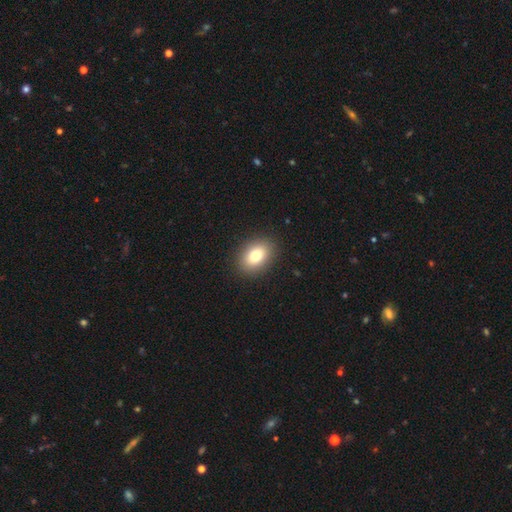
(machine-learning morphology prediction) This is likely a smooth galaxy (80%). How rounded: likely in between (77%). Merging: clearly none (90%).